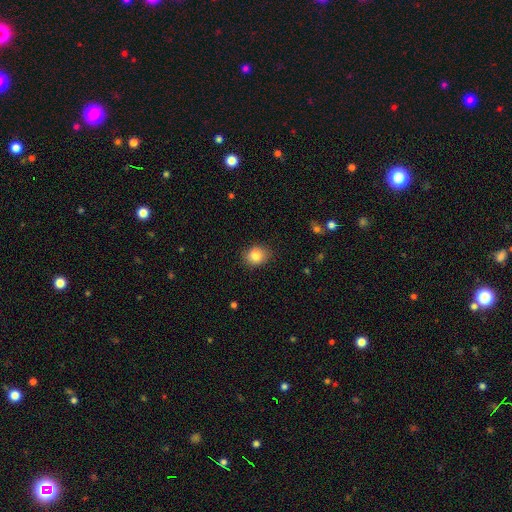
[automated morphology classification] The model was most divided on "how rounded": round: 55%, in between: 44%, cigar-shaped: 1%. More confident: merging — none (85%); smooth or featured — smooth (84%).